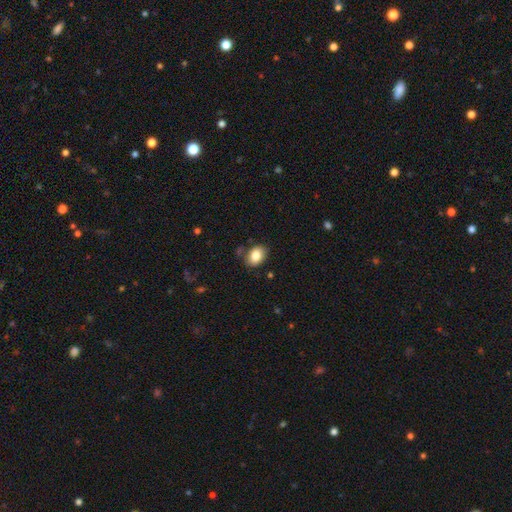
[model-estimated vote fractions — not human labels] A smooth galaxy with no disk features (83%) that is in between round and cigar-shaped (76%). Merging: none (82%).